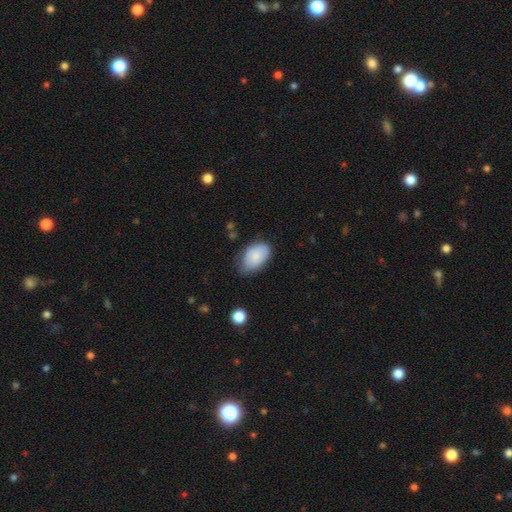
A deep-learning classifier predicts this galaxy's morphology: A smooth galaxy with no disk features (82%) that is in between round and cigar-shaped (91%). Merging: none (59%).